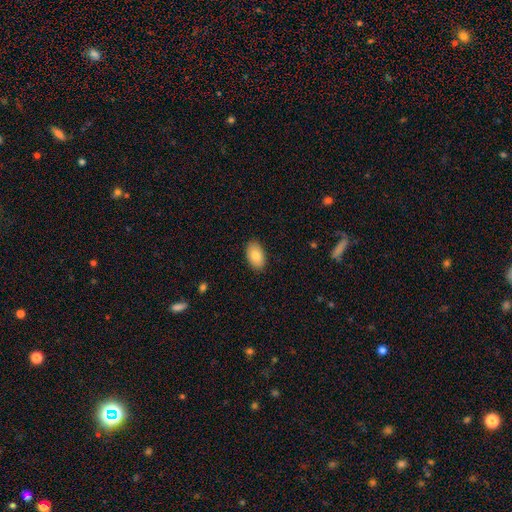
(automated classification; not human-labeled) The model was most divided on "smooth or featured": smooth: 84%, featured or disk: 10%, star or artifact: 6%. More confident: how rounded — in between (93%); merging — none (89%).